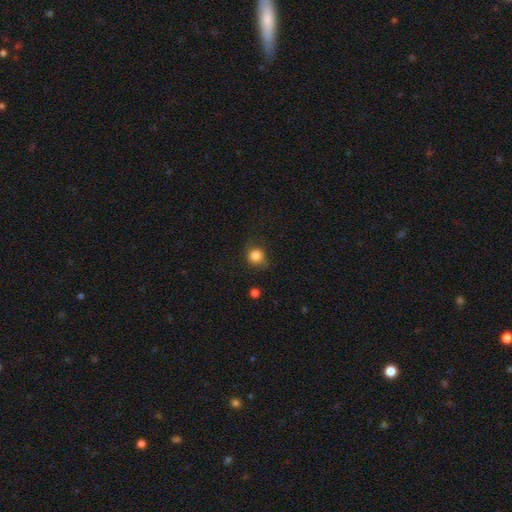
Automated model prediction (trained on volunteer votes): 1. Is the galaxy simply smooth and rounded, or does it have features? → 84% smooth, 11% star or artifact, 5% featured or disk.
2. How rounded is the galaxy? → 86% round, 13% in between, 1% cigar-shaped.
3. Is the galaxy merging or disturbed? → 72% none, 20% minor disturbance, 6% major disturbance, 2% merger.